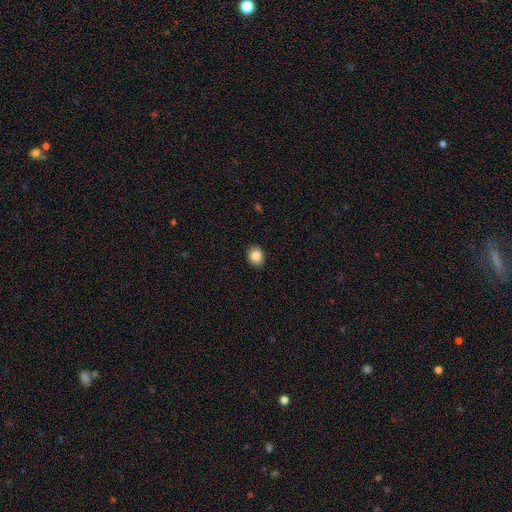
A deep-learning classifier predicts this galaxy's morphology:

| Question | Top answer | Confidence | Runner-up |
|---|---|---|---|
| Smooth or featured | smooth | 87% | star or artifact (9%) |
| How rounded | round | 67% | in between (32%) |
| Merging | none | 90% | minor disturbance (7%) |